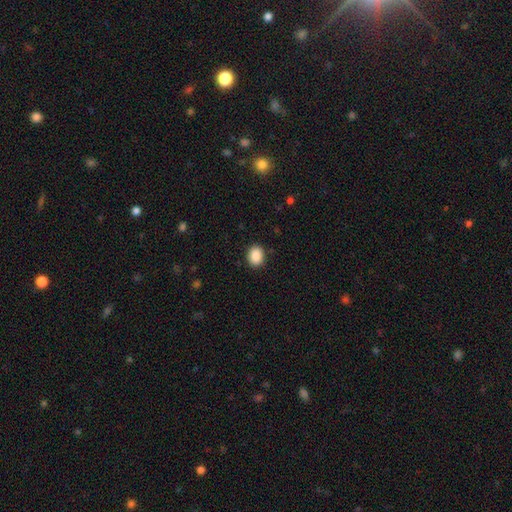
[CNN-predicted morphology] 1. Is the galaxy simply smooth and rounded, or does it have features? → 89% smooth, 8% star or artifact, 3% featured or disk.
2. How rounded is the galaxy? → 56% in between, 43% round, 1% cigar-shaped.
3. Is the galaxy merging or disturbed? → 89% none, 8% minor disturbance, 2% major disturbance, 1% merger.